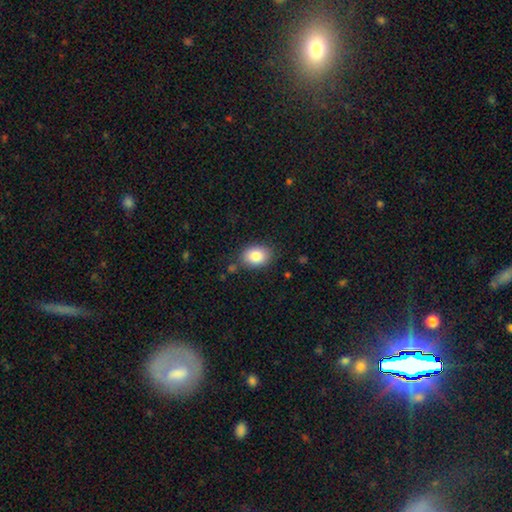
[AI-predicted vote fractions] Q: Smooth or featured?
A: smooth (84%); runner-up: star or artifact (8%)
Q: How rounded?
A: in between (72%); runner-up: round (27%)
Q: Merging?
A: none (81%); runner-up: minor disturbance (13%)